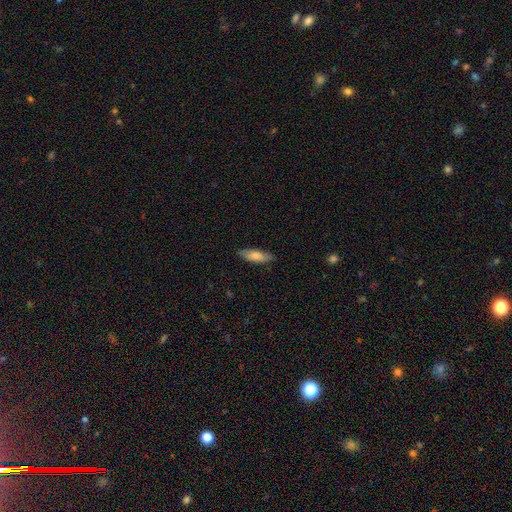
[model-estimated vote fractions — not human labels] Smooth or featured: smooth — 79% (featured or disk — 16%)
How rounded: in between — 54% (cigar-shaped — 45%)
Merging: none — 84% (minor disturbance — 13%)